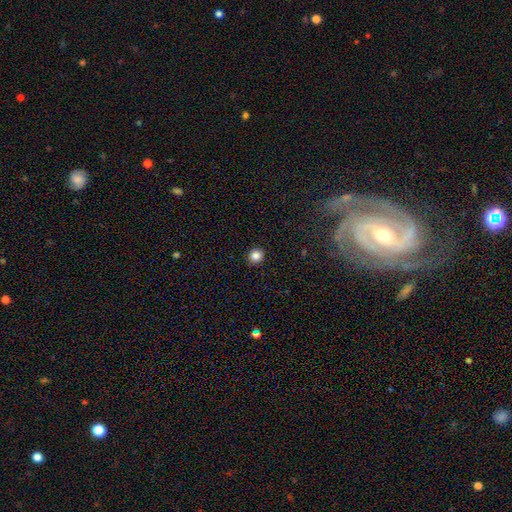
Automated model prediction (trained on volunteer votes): The model was most divided on "smooth or featured": smooth: 84%, star or artifact: 11%, featured or disk: 4%. More confident: merging — none (92%); how rounded — round (90%).